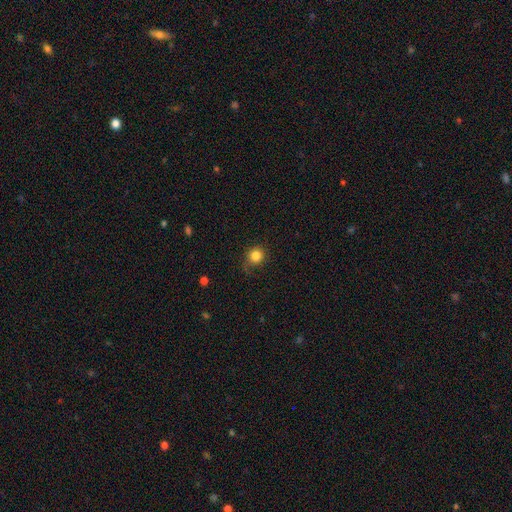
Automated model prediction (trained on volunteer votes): The model was most divided on "merging": none: 76%, minor disturbance: 17%, major disturbance: 5%, merger: 1%. More confident: how rounded — round (87%); smooth or featured — smooth (83%).